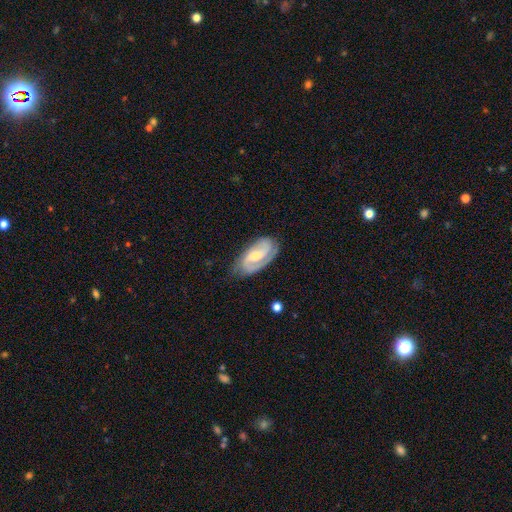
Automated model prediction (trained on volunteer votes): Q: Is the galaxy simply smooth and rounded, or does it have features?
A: featured or disk — 82%.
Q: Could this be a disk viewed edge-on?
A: no — 96%.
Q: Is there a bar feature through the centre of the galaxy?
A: weak — 46%.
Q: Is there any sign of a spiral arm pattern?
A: yes — 96%.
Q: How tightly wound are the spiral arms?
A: medium — 45%.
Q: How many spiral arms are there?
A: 2 — 78%.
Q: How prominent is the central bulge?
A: moderate — 57%.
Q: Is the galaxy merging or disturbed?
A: none — 74%.